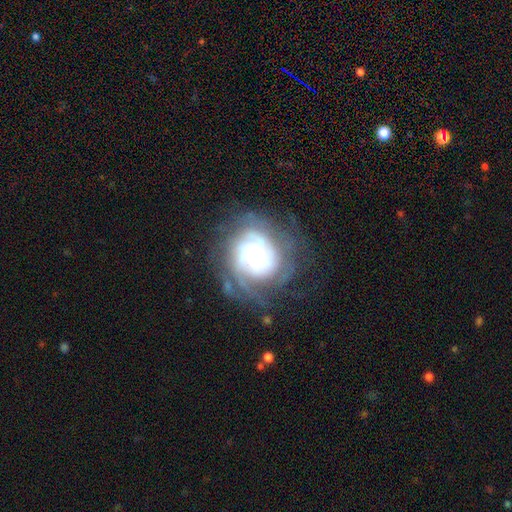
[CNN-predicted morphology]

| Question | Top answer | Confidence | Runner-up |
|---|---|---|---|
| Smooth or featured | featured or disk | 81% | smooth (13%) |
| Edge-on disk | no | 98% | yes (2%) |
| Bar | no | 69% | weak (25%) |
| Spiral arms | yes | 93% | no (7%) |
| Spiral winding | tight | 65% | medium (27%) |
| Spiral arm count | can't tell | 37% | 2 (21%) |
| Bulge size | moderate | 47% | small (39%) |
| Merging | none | 62% | minor disturbance (21%) |